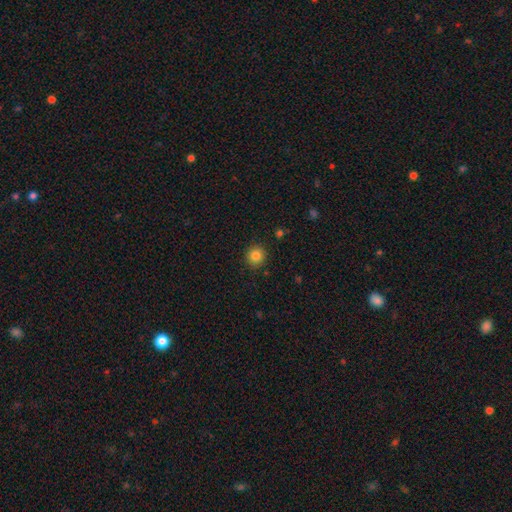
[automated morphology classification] smooth 84%, star or artifact 11%, featured or disk 5%. Down the decision tree: how rounded — round (91%); merging — none (90%).